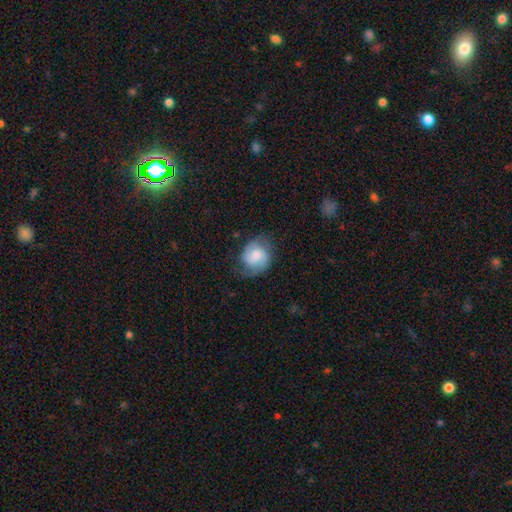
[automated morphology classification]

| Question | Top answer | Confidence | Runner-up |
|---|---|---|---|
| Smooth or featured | featured or disk | 54% | smooth (38%) |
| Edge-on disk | no | 98% | yes (2%) |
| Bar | no | 52% | weak (40%) |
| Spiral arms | yes | 90% | no (10%) |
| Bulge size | moderate | 47% | small (30%) |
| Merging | none | 64% | minor disturbance (24%) |